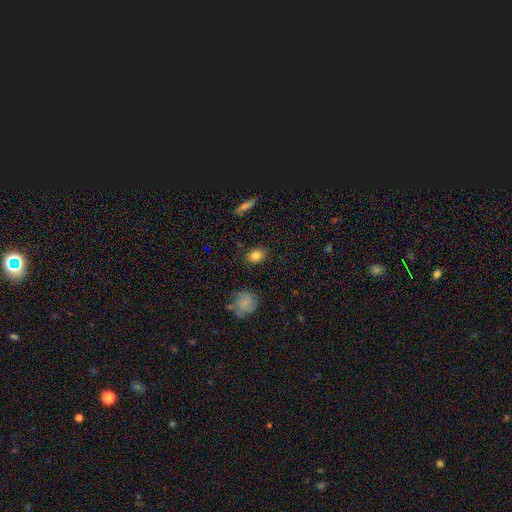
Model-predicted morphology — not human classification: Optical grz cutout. It shows a smooth galaxy with no disk features (83%) that is in between round and cigar-shaped (51%). Merging: none (86%).